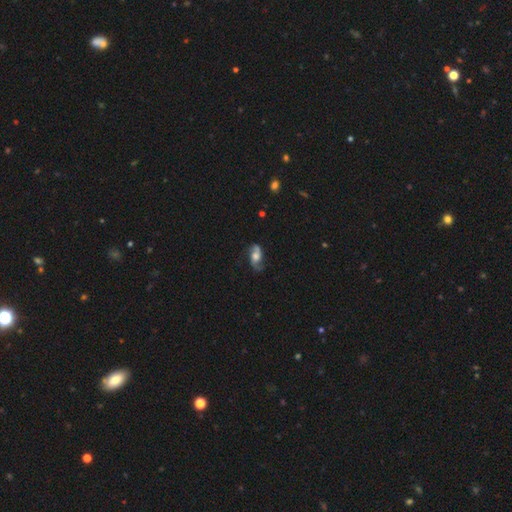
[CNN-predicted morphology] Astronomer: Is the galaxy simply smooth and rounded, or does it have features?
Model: featured or disk — 73%.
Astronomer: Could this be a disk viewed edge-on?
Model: no — 94%.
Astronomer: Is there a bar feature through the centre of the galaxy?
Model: no — 63%.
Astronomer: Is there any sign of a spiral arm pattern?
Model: yes — 93%.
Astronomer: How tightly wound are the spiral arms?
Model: loose — 59%.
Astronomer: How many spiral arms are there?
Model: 2 — 90%.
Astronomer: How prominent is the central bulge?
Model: moderate — 47% (runner-up: large, 33%).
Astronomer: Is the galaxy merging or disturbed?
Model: none — 72%.